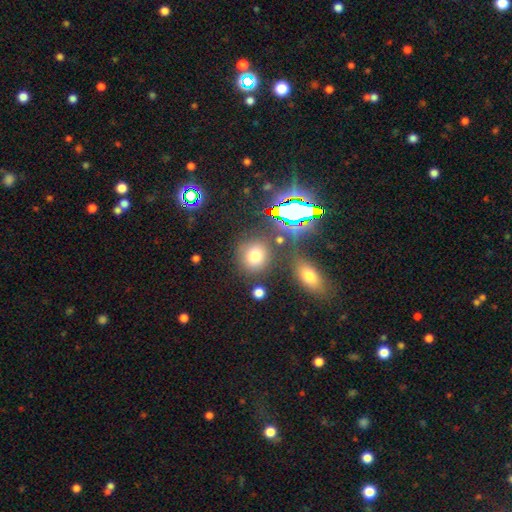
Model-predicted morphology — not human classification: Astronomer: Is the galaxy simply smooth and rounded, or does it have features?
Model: smooth — 70%.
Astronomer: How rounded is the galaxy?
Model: round — 84%.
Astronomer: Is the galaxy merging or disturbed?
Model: none — 79%.